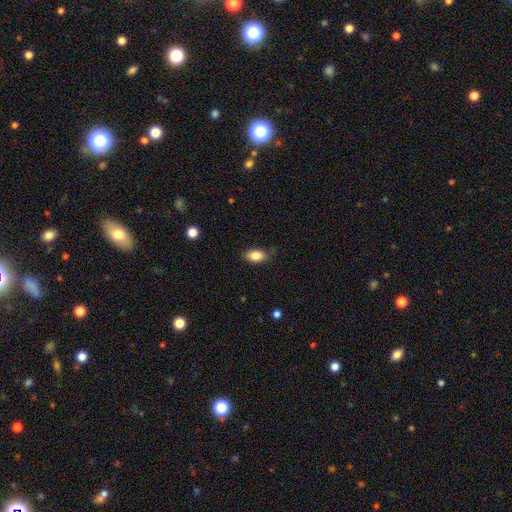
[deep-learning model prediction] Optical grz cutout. It shows a smooth galaxy with no disk features (86%) that is in between round and cigar-shaped (88%). Merging: none (78%).